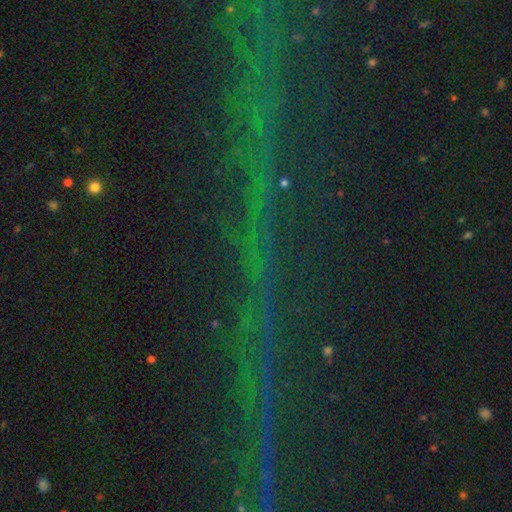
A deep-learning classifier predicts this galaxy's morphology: Q: Smooth or featured?
A: star or artifact (81%); runner-up: featured or disk (10%)